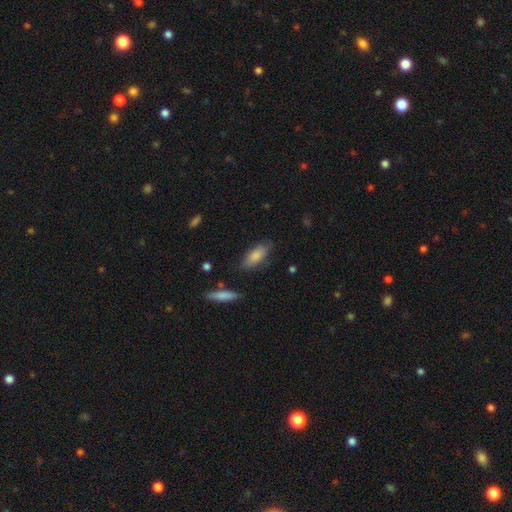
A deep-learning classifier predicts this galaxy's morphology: Smooth or featured?
  - smooth: 82% *
  - featured or disk: 12%
  - star or artifact: 6%
How rounded?
  - in between: 81% *
  - cigar-shaped: 17%
  - round: 2%
Merging?
  - none: 76% *
  - minor disturbance: 18%
  - major disturbance: 4%
  - merger: 3%